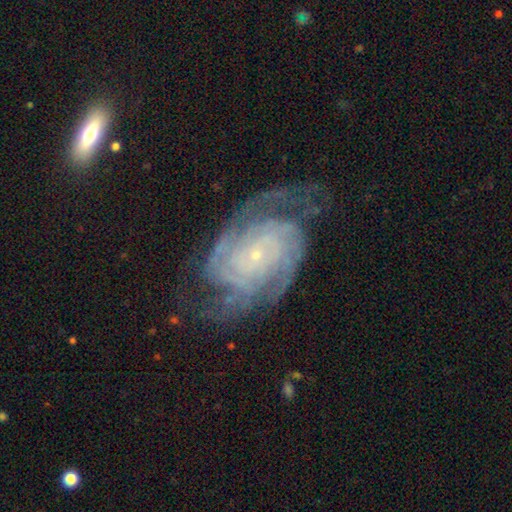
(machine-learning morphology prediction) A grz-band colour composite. It shows a featured or disk galaxy (90%) with no bar (72%), 2 (26%) tight (71%) spiral arms (98%) and a small central bulge (87%). Merging: none (71%).